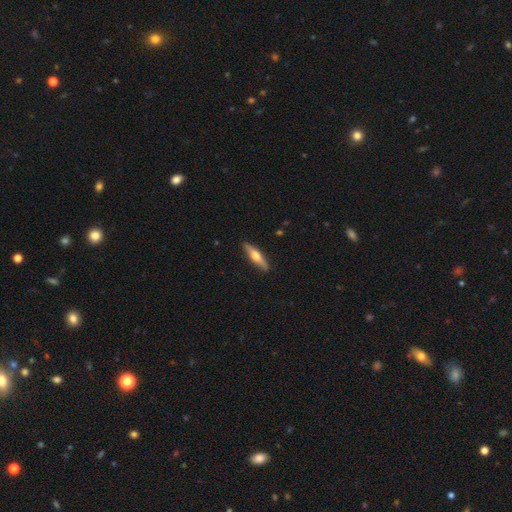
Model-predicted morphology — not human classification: The model was most divided on "smooth or featured": featured or disk: 54%, smooth: 40%, star or artifact: 5%. More confident: edge-on disk — yes (94%); edge-on bulge — rounded (92%); merging — none (89%).